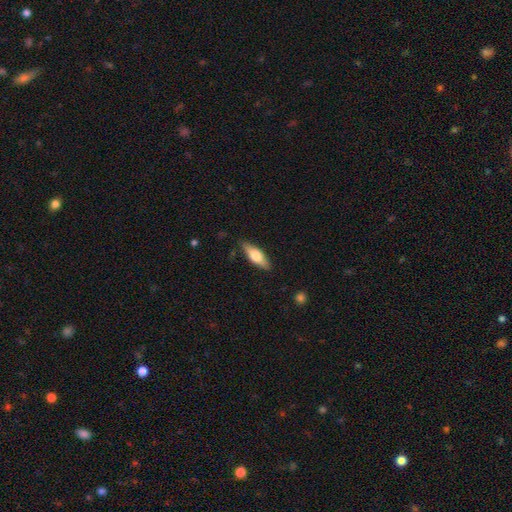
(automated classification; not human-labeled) This is possibly a smooth galaxy (60%). How rounded: possibly in between (59%). Merging: clearly none (84%).